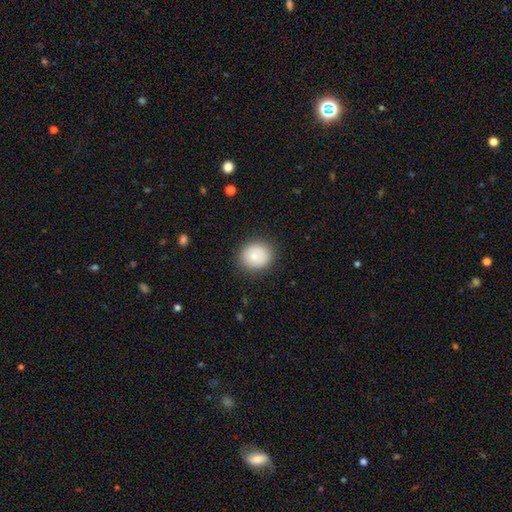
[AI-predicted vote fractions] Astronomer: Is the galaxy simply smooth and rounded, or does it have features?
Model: smooth — 76%.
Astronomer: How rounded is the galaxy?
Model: round — 75%.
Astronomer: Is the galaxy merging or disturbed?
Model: none — 85%.